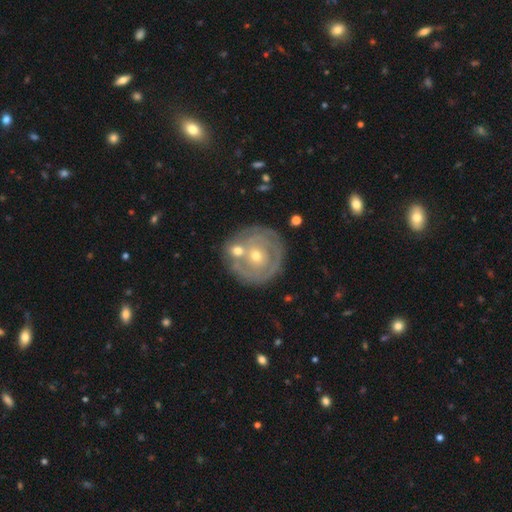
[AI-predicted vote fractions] Smooth or featured? Predicted: featured or disk (p=0.73). Edge-on disk? Predicted: no (p=0.97). Bar? Predicted: no (p=0.82). Spiral arms? Predicted: yes (p=0.63). Bulge size? Predicted: small (p=0.55). Merging? Predicted: none (p=0.65).